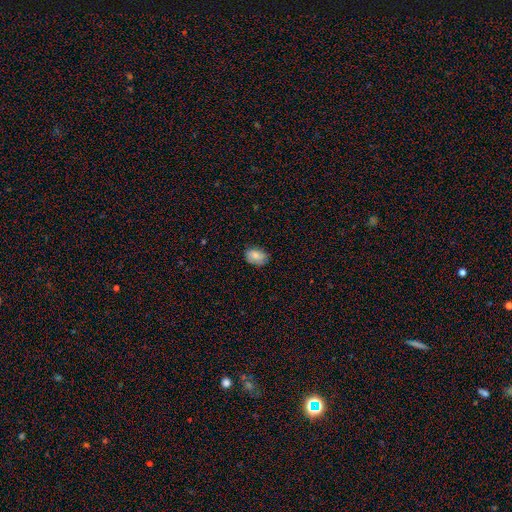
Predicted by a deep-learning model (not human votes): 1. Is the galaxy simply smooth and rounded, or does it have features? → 78% smooth, 14% featured or disk, 8% star or artifact.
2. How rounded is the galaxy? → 81% in between, 17% round, 1% cigar-shaped.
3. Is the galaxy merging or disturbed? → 75% none, 20% minor disturbance, 4% major disturbance, 1% merger.